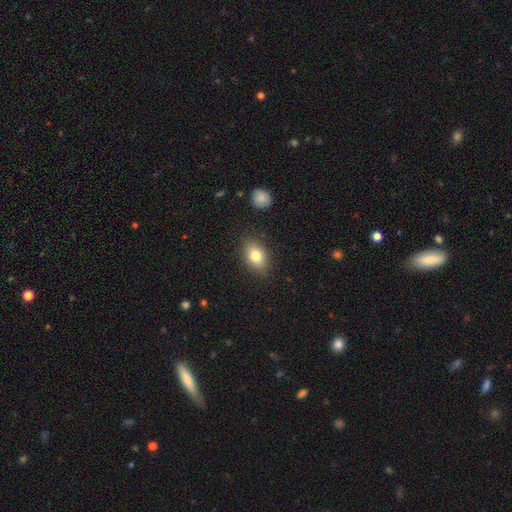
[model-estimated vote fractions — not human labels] The model was most divided on "how rounded": in between: 83%, round: 15%, cigar-shaped: 2%. More confident: merging — none (85%); smooth or featured — smooth (80%).